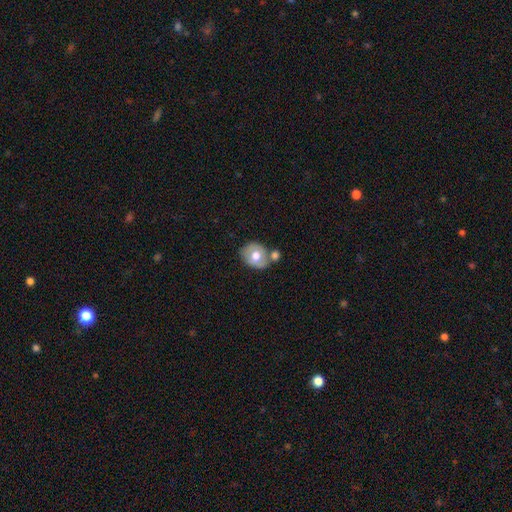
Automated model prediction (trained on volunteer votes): Q: Smooth or featured?
A: smooth (60%); runner-up: featured or disk (34%)
Q: How rounded?
A: round (53%); runner-up: in between (46%)
Q: Merging?
A: none (51%); runner-up: merger (27%)